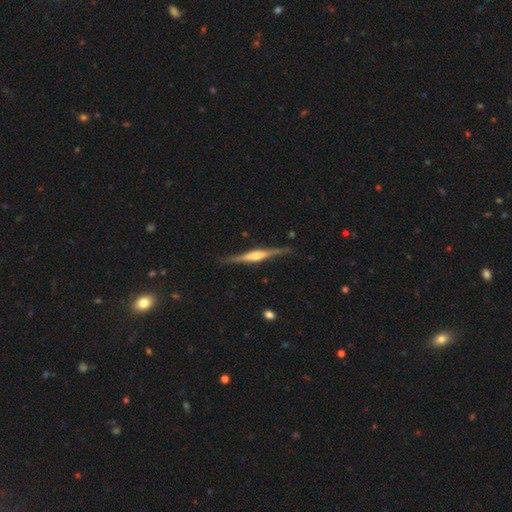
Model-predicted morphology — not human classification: Q: Smooth or featured?
A: featured or disk (79%); runner-up: smooth (16%)
Q: Edge-on disk?
A: yes (98%); runner-up: no (2%)
Q: Edge-on bulge?
A: rounded (77%); runner-up: boxy (16%)
Q: Merging?
A: none (84%); runner-up: minor disturbance (12%)